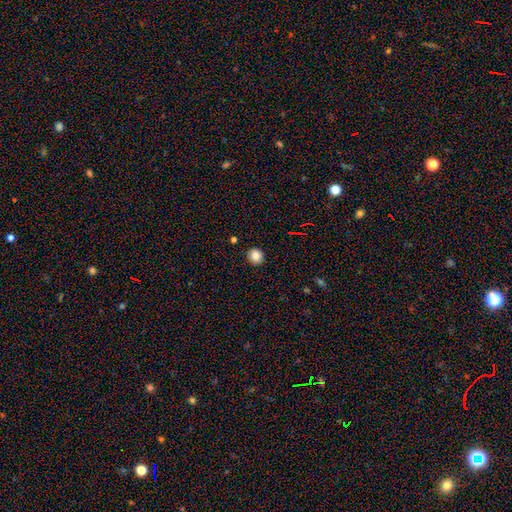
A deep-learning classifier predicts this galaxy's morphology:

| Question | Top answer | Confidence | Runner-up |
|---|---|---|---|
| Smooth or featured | smooth | 85% | star or artifact (11%) |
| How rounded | round | 88% | in between (11%) |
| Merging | none | 91% | minor disturbance (6%) |